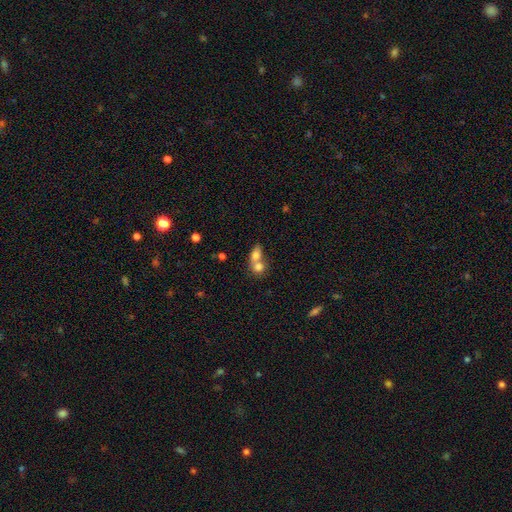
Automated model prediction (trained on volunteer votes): smooth_or_featured: smooth (p=0.75) [alt: featured or disk p=0.17]
how_rounded: in between (p=0.58) [alt: round p=0.39]
merging: merger (p=0.70) [alt: none p=0.21]